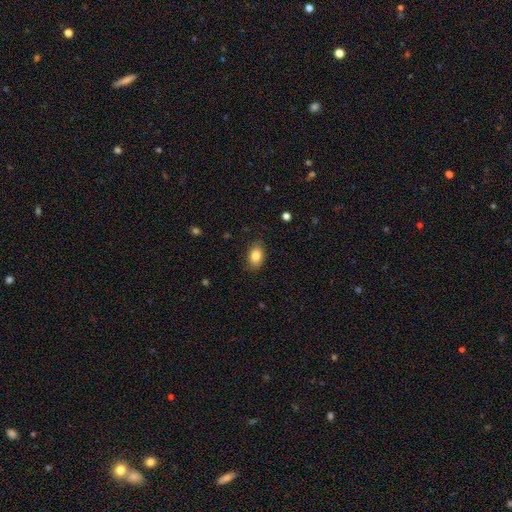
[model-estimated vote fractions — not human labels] The model was most divided on "merging": none: 82%, minor disturbance: 14%, major disturbance: 3%, merger: 1%. More confident: how rounded — in between (87%); smooth or featured — smooth (84%).